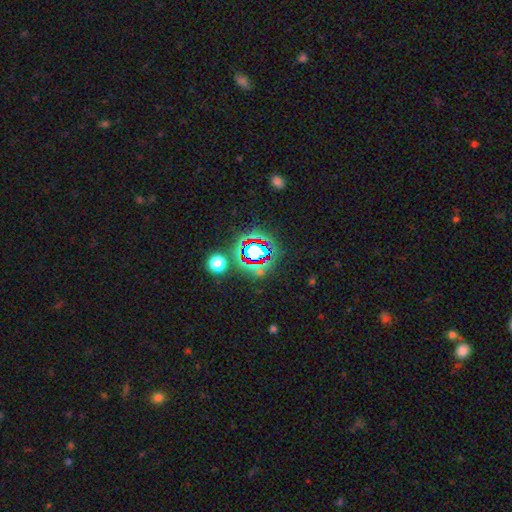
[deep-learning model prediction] smooth-or-featured: star or artifact: 69% | smooth: 20% | featured or disk: 11%